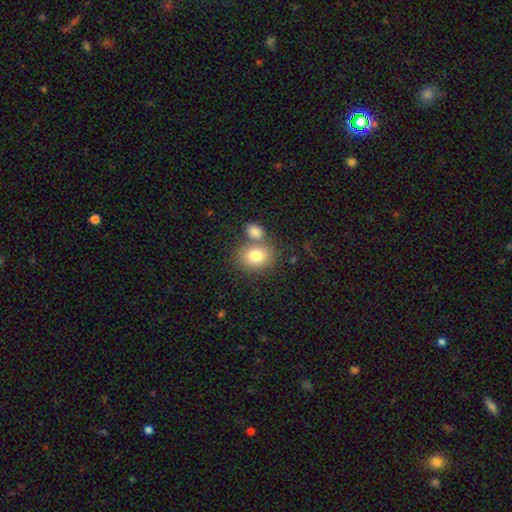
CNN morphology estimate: Overall: smooth (79%). How rounded: round (56%; in between 43%). Merging: none (58%; merger 28%).